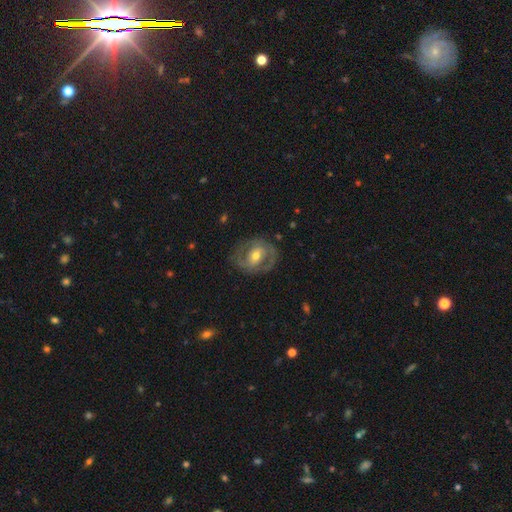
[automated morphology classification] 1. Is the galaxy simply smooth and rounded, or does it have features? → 74% featured or disk, 20% smooth, 6% star or artifact.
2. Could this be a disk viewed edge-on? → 96% no, 4% yes.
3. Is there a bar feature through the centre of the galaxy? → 39% weak, 34% no, 27% strong.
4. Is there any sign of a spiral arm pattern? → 74% yes, 26% no.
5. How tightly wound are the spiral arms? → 45% medium, 38% tight, 17% loose.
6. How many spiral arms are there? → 80% 2, 12% can't tell, 4% 1, 3% 3, 1% 4, 1% more than 4.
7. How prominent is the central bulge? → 65% moderate, 29% small, 5% large, 1% none, 1% dominant.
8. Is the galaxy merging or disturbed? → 77% none, 14% minor disturbance, 8% major disturbance, 1% merger.